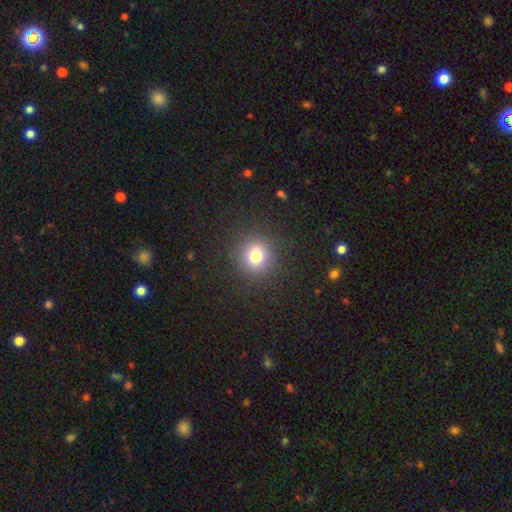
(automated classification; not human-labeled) smooth-or-featured: smooth: 77% | star or artifact: 15% | featured or disk: 8%
  how-rounded: round: 89% | in between: 10% | cigar-shaped: 1%
  merging: none: 89% | minor disturbance: 6% | major disturbance: 3% | merger: 1%